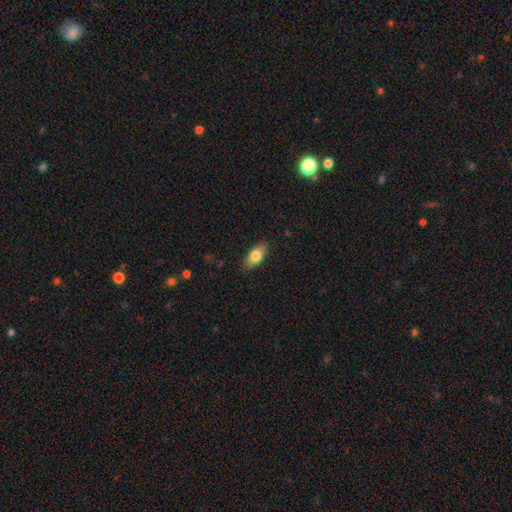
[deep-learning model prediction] The model was most divided on "smooth or featured": smooth: 78%, featured or disk: 15%, star or artifact: 7%. More confident: how rounded — in between (86%); merging — none (86%).